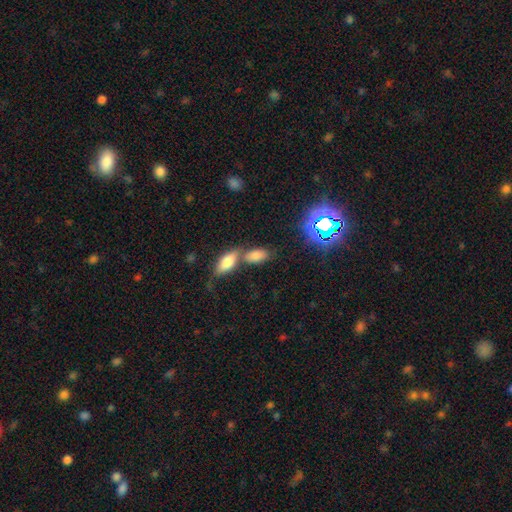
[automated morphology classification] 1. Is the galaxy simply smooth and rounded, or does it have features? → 76% smooth, 14% star or artifact, 10% featured or disk.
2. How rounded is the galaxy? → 89% in between, 6% cigar-shaped, 5% round.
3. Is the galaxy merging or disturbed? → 43% none, 41% merger, 11% minor disturbance, 4% major disturbance.